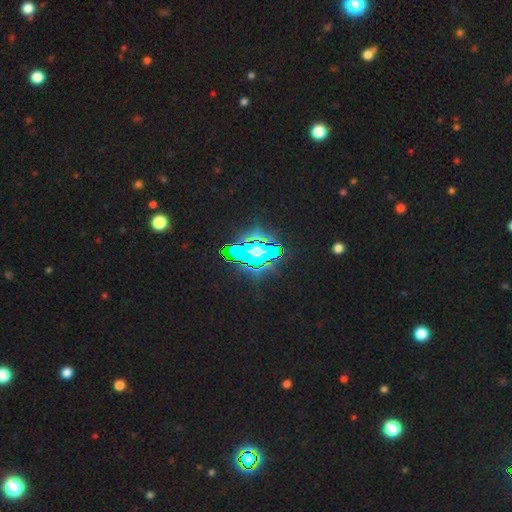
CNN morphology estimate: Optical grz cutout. It shows a star or artifact, not a galaxy (83%).